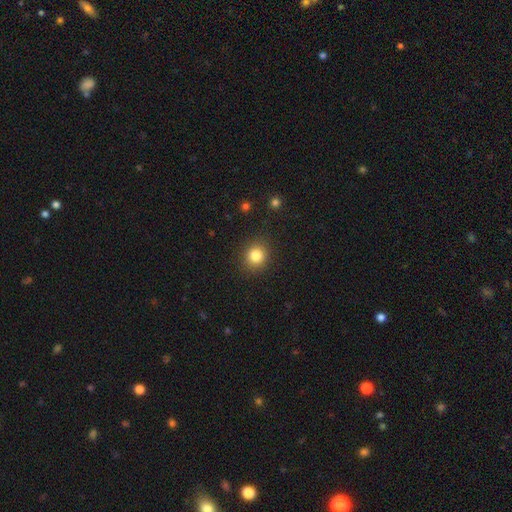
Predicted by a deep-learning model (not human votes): Smooth or featured: smooth — 83% (star or artifact — 11%)
How rounded: round — 84% (in between — 15%)
Merging: none — 89% (minor disturbance — 7%)